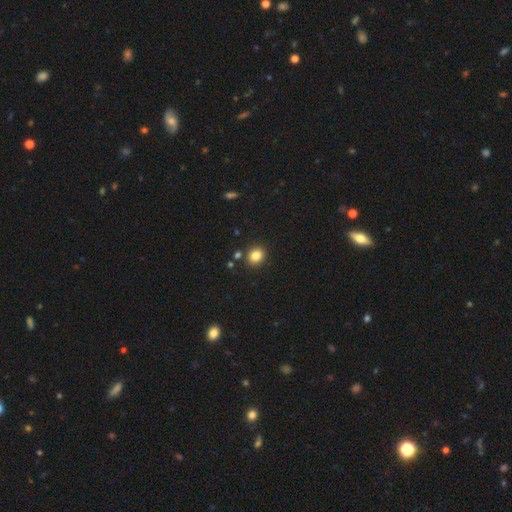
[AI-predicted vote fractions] smooth-or-featured: smooth: 83% | star or artifact: 11% | featured or disk: 6%
  how-rounded: round: 70% | in between: 29% | cigar-shaped: 1%
  merging: none: 86% | minor disturbance: 8% | merger: 4% | major disturbance: 2%